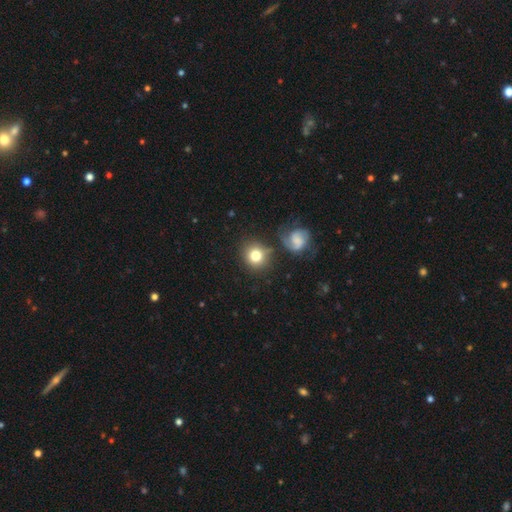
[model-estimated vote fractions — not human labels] smooth 77%, featured or disk 13%, star or artifact 10%. Down the decision tree: how rounded — round (87%); merging — none (73%).